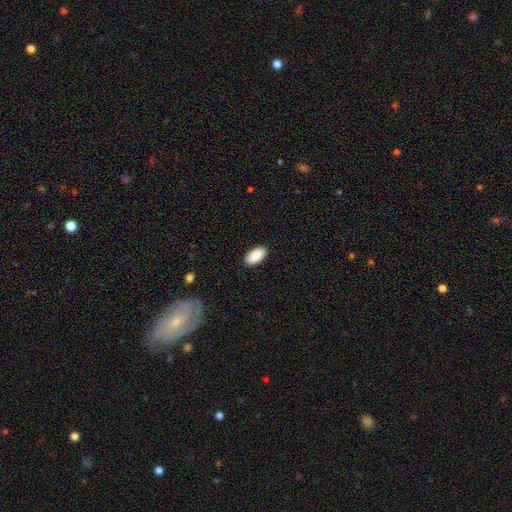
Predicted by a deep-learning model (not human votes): A smooth galaxy with no disk features (89%) that is in between round and cigar-shaped (94%).

Vote fractions:
- Smooth or featured? smooth: 89% / star or artifact: 6% / featured or disk: 5%
- How rounded? in between: 94% / cigar-shaped: 4% / round: 2%
- Merging? none: 89% / minor disturbance: 8% / major disturbance: 2% / merger: 1%